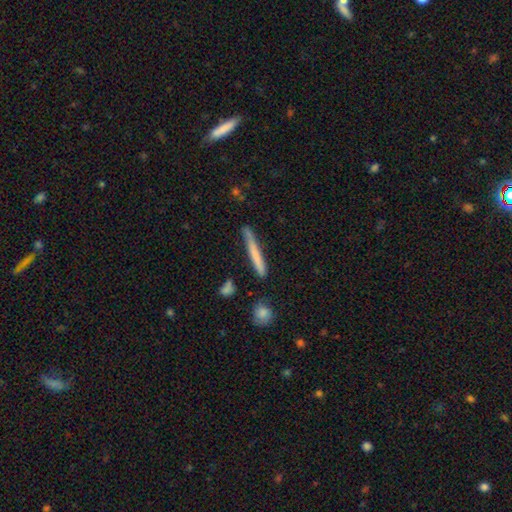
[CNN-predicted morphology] Smooth or featured?
  - smooth: 65% *
  - featured or disk: 30%
  - star or artifact: 6%
How rounded?
  - cigar-shaped: 96% *
  - in between: 3%
  - round: 1%
Merging?
  - none: 80% *
  - minor disturbance: 15%
  - major disturbance: 3%
  - merger: 3%